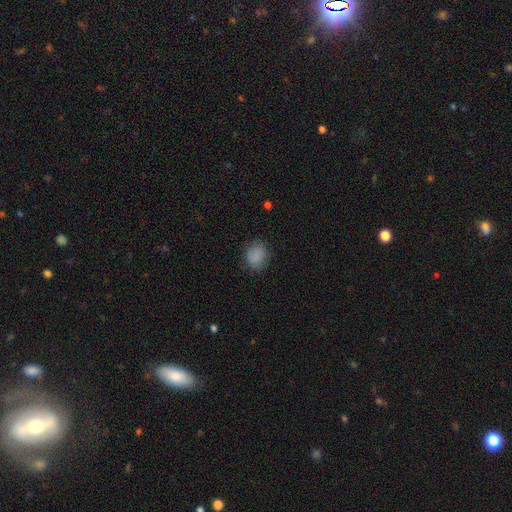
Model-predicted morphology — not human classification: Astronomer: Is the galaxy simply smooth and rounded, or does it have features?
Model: smooth — 86%.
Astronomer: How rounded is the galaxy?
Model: round — 60% (runner-up: in between, 39%).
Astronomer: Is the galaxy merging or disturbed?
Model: none — 81%.